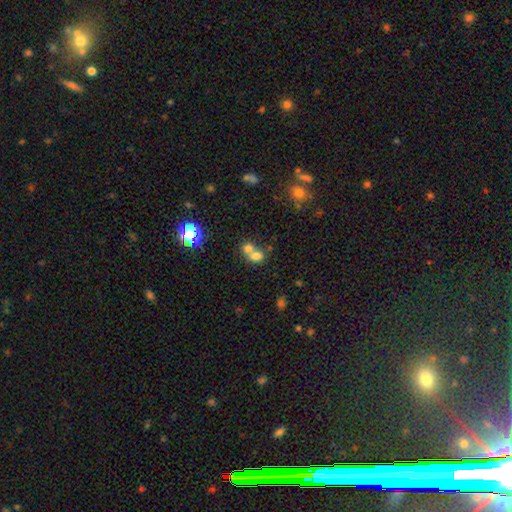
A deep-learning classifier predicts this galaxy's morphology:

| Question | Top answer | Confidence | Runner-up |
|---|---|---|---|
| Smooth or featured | smooth | 71% | star or artifact (15%) |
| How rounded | round | 53% | in between (46%) |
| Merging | merger | 63% | none (28%) |